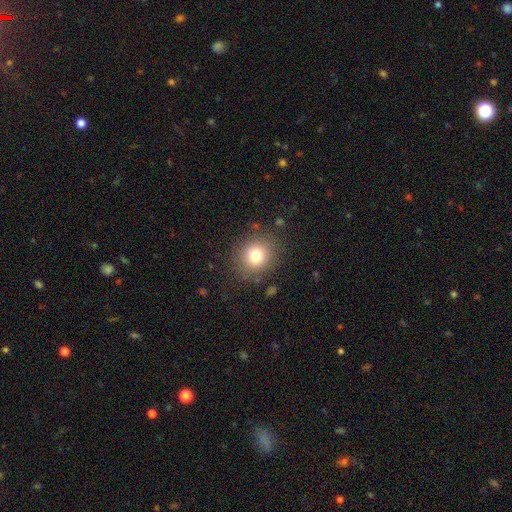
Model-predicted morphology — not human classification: type=smooth (77%); roundness=round (80%); merging=none (85%).